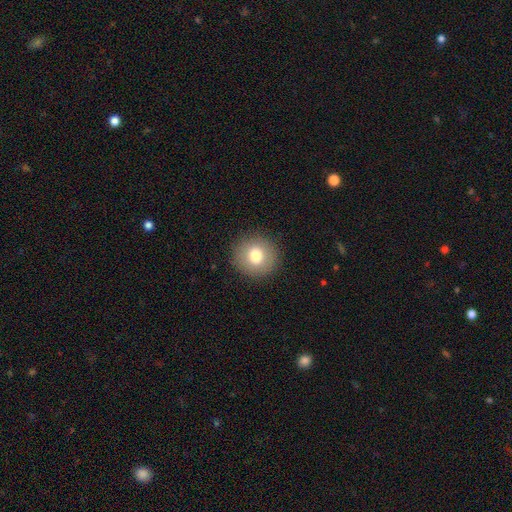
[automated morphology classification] Smooth or featured?
  - smooth: 77% *
  - featured or disk: 13%
  - star or artifact: 10%
How rounded?
  - round: 94% *
  - in between: 5%
  - cigar-shaped: 1%
Merging?
  - none: 91% *
  - minor disturbance: 6%
  - major disturbance: 2%
  - merger: 1%